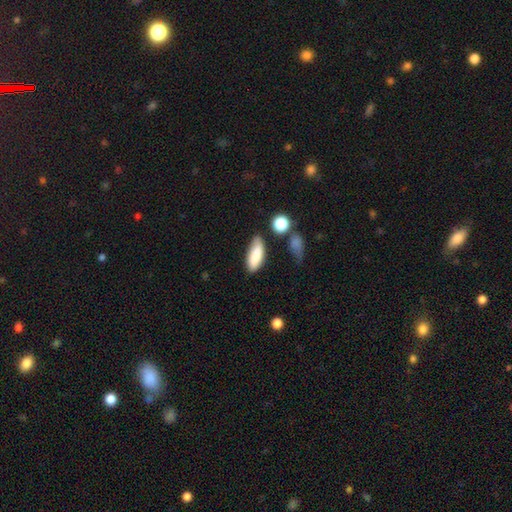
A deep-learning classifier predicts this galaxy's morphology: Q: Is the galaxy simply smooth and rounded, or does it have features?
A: smooth — 84%.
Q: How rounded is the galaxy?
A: in between — 73%.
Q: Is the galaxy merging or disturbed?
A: none — 63%.